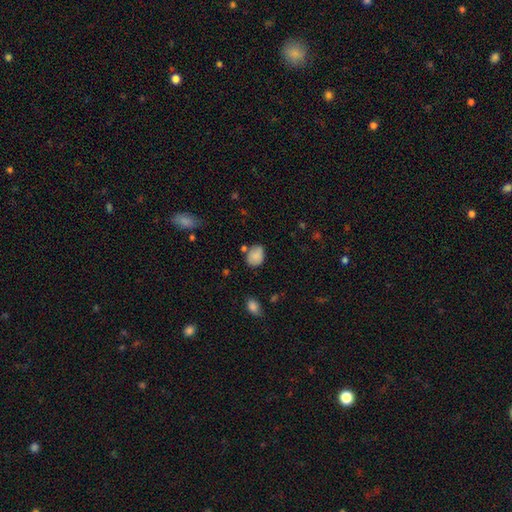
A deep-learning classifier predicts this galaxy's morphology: This is clearly a smooth galaxy (84%). How rounded: likely in between (62%). Merging: likely none (63%).